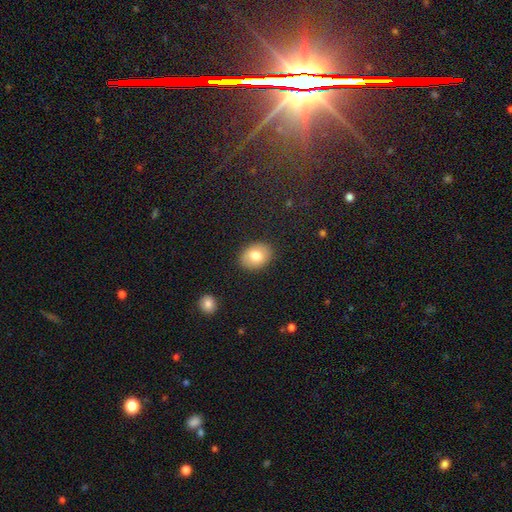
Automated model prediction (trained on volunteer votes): This appears to be a smooth galaxy with no disk features (76%) that is in between round and cigar-shaped (67%). Merging: none (88%).